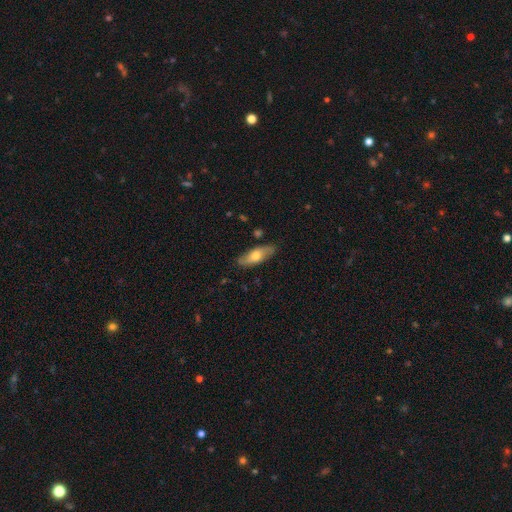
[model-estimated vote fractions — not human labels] This appears to be a smooth galaxy with no disk features (60%) that is in between round and cigar-shaped (70%). Merging: none (83%).